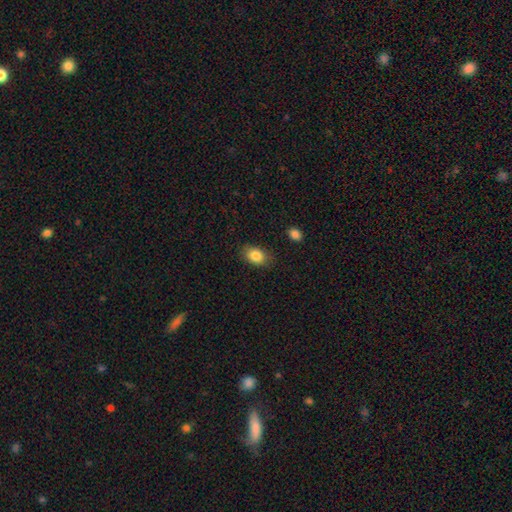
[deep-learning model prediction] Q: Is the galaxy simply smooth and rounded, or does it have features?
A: smooth — 85%.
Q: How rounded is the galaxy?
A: in between — 78%.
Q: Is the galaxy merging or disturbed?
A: none — 82%.